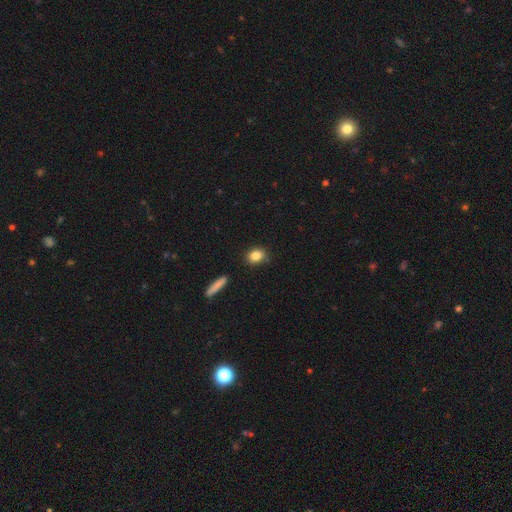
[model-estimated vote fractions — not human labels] smooth-or-featured: smooth: 83% | star or artifact: 9% | featured or disk: 7%
  how-rounded: in between: 50% | round: 47% | cigar-shaped: 3%
  merging: none: 84% | minor disturbance: 11% | merger: 2% | major disturbance: 2%